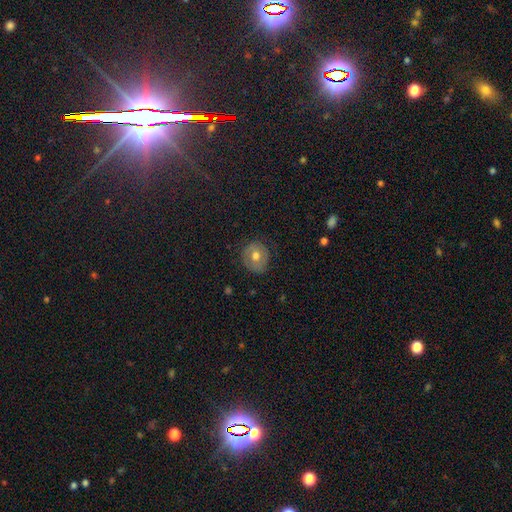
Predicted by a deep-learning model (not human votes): Morphology: type=smooth (61%); roundness=round (79%); merging=none (79%).